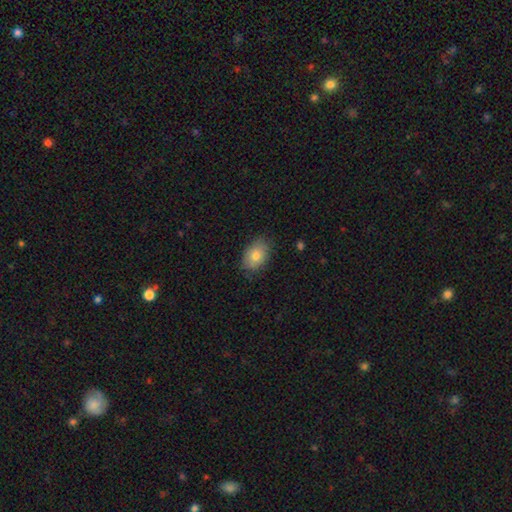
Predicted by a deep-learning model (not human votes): smooth 81%, featured or disk 12%, star or artifact 7%. Down the decision tree: how rounded — in between (81%); merging — none (79%).